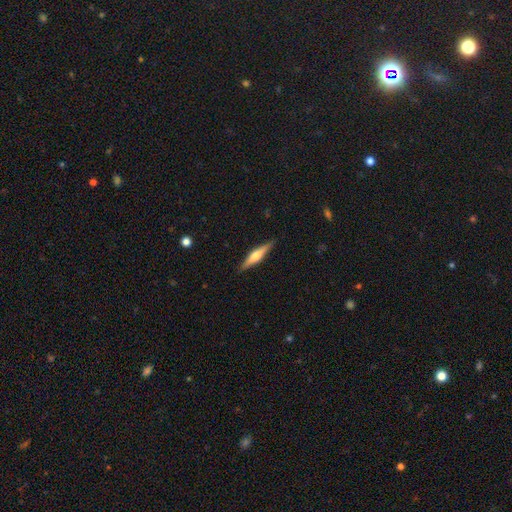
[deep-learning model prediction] Smooth or featured: featured or disk — 57% (smooth — 37%)
Edge-on disk: yes — 97% (no — 3%)
Edge-on bulge: rounded — 84% (boxy — 10%)
Merging: none — 89% (minor disturbance — 8%)